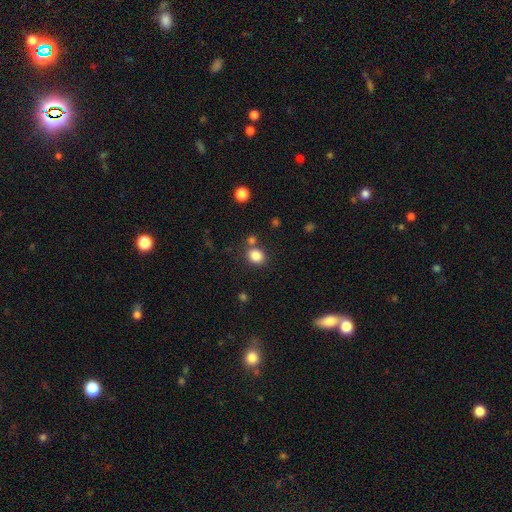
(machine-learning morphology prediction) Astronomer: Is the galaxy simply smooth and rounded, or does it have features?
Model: smooth — 84%.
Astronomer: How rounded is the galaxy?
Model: round — 66%.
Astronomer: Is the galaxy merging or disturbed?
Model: none — 72%.